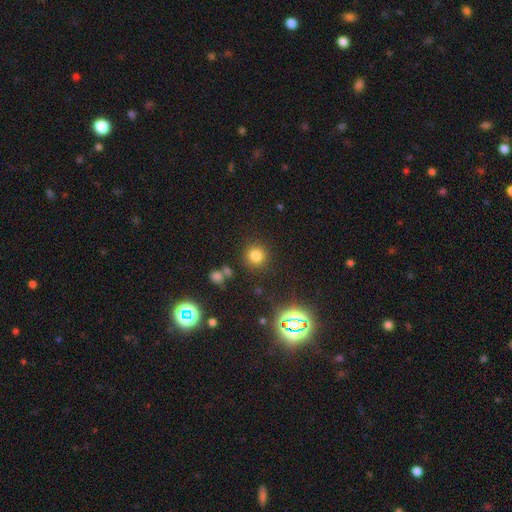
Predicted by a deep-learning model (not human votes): smooth-or-featured: smooth: 76% | star or artifact: 18% | featured or disk: 6%
  how-rounded: round: 93% | in between: 6% | cigar-shaped: 1%
  merging: none: 85% | minor disturbance: 7% | merger: 4% | major disturbance: 3%